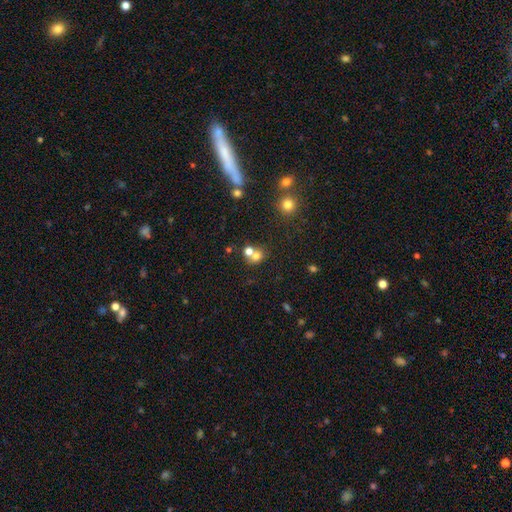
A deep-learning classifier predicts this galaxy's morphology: Q: Smooth or featured?
A: smooth (69%); runner-up: star or artifact (17%)
Q: How rounded?
A: round (69%); runner-up: in between (30%)
Q: Merging?
A: merger (48%); runner-up: none (40%)